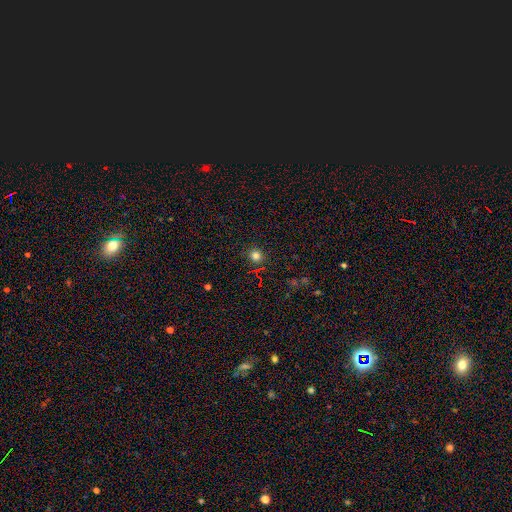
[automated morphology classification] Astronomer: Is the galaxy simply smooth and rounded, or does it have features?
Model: smooth — 78%.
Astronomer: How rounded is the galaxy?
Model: round — 91%.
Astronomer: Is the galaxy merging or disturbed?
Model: none — 90%.